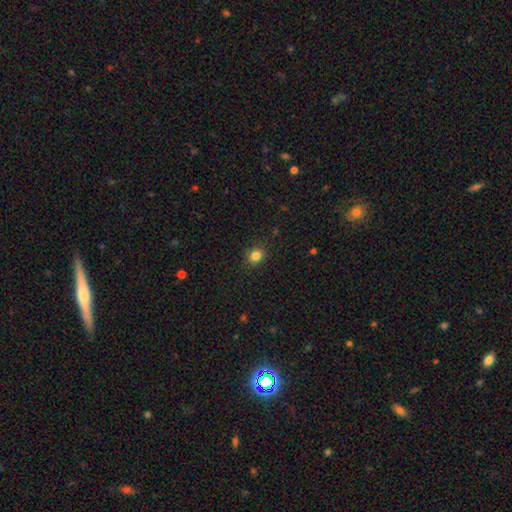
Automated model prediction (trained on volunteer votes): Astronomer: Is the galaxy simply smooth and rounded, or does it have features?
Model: smooth — 84%.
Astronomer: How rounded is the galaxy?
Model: round — 72%.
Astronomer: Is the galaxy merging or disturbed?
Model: none — 88%.